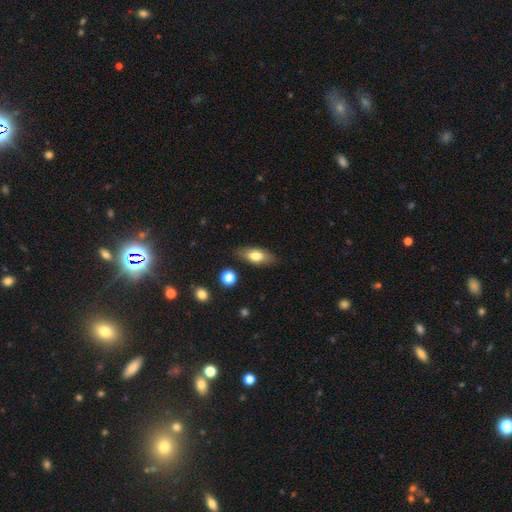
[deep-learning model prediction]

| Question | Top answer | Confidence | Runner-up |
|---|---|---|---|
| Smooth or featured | smooth | 72% | featured or disk (21%) |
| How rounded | in between | 78% | cigar-shaped (18%) |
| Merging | none | 83% | minor disturbance (12%) |